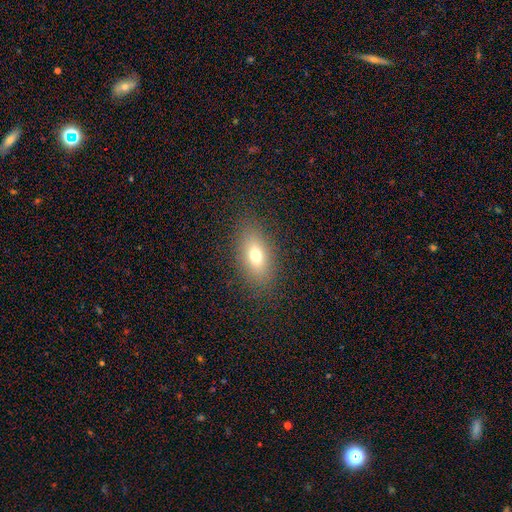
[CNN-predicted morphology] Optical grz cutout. It shows a smooth galaxy with no disk features (72%) that is in between round and cigar-shaped (83%). Merging: none (86%).